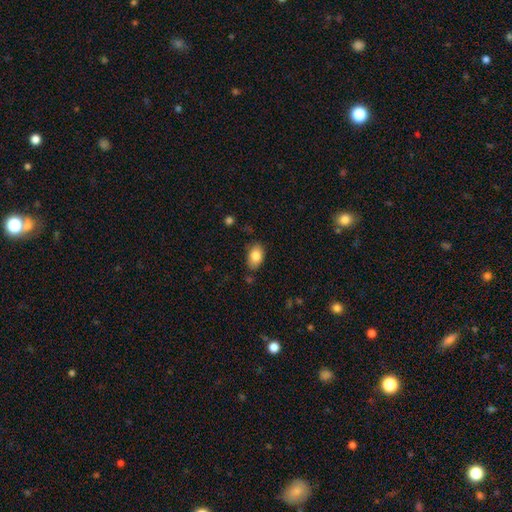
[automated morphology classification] Overall: smooth (83%). How rounded: in between (88%). Merging: none (80%).